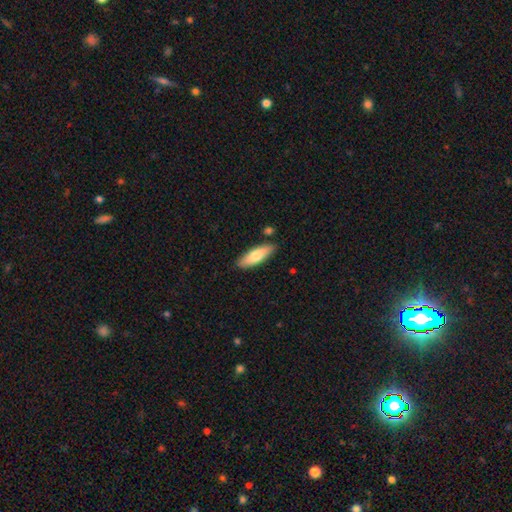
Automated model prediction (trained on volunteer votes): Smooth or featured? Predicted: smooth (p=0.73). How rounded? Predicted: in between (p=0.49, tied with cigar-shaped). Merging? Predicted: none (p=0.84).